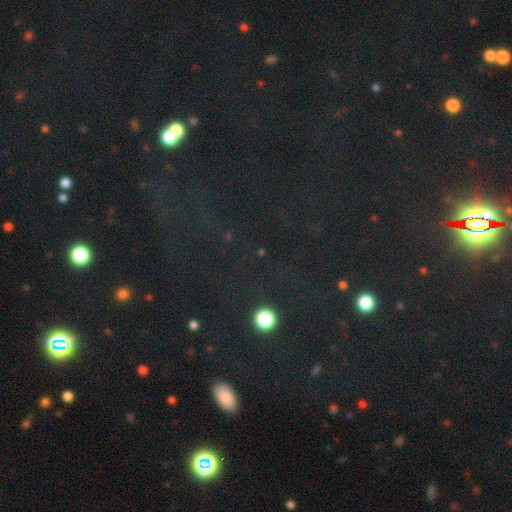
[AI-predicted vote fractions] Smooth or featured: star or artifact — 75% (smooth — 17%)